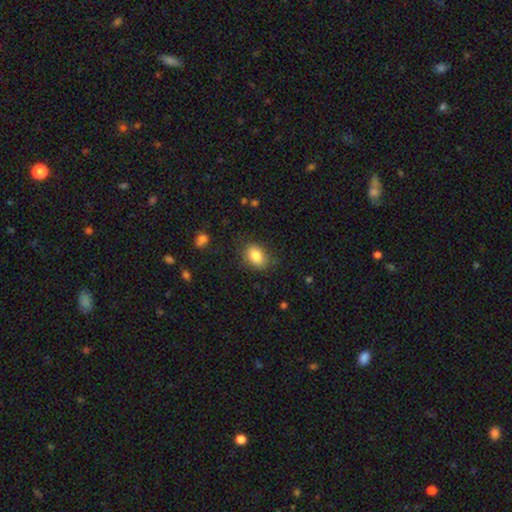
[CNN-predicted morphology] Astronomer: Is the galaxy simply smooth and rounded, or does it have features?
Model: smooth — 83%.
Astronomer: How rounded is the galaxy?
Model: in between — 74%.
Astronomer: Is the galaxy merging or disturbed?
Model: none — 78%.